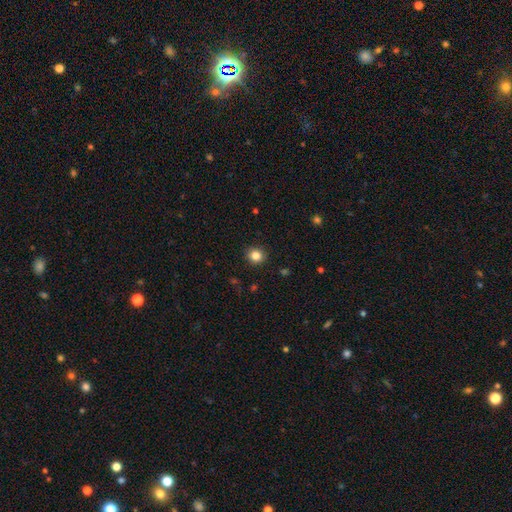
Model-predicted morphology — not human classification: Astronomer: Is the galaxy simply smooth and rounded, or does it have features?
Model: smooth — 84%.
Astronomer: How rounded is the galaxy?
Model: round — 84%.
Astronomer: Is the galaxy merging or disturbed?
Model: none — 91%.